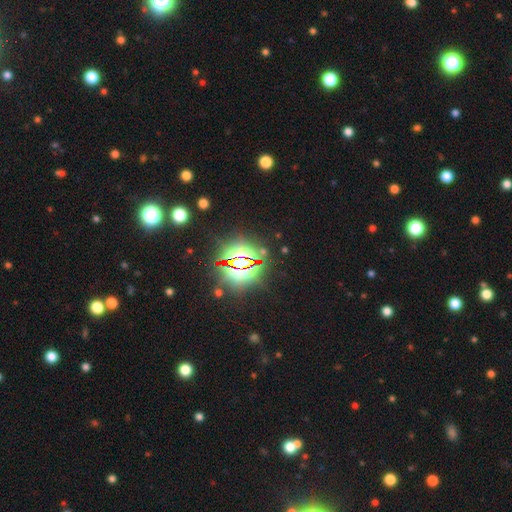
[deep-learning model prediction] A star or artifact, not a galaxy (84%).